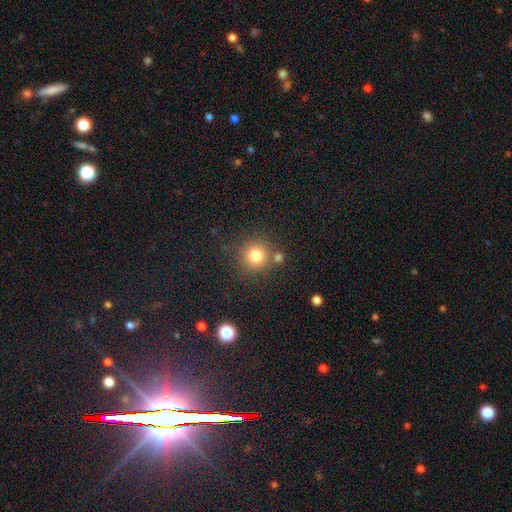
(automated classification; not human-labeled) Q: Smooth or featured?
A: smooth (80%); runner-up: star or artifact (13%)
Q: How rounded?
A: round (93%); runner-up: in between (6%)
Q: Merging?
A: none (75%); runner-up: merger (13%)